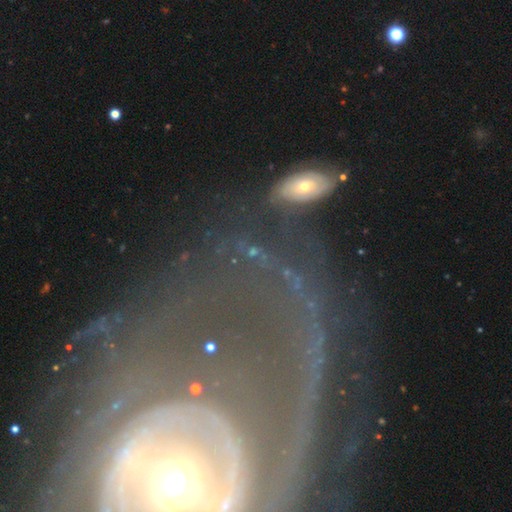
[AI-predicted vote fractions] Smooth or featured: featured or disk — 68% (smooth — 20%)
Edge-on disk: no — 86% (yes — 14%)
Bar: no — 53% (weak — 25%)
Spiral arms: yes — 66% (no — 34%)
Bulge size: moderate — 53% (small — 26%)
Merging: none — 60% (major disturbance — 17%)